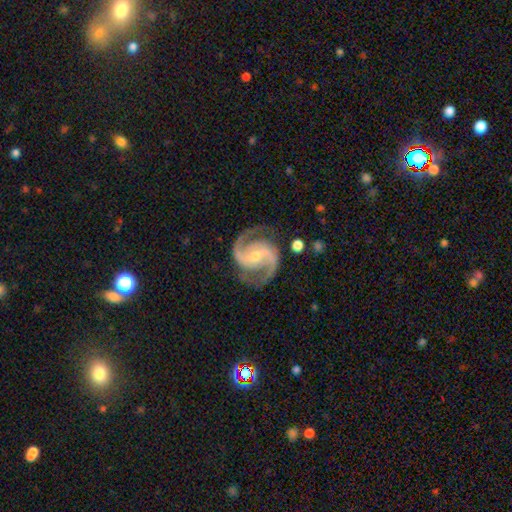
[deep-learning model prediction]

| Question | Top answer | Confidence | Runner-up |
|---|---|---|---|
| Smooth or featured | featured or disk | 93% | star or artifact (4%) |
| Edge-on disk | no | 98% | yes (2%) |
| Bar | weak | 39% | no (33%) |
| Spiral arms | yes | 99% | no (1%) |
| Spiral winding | medium | 64% | tight (24%) |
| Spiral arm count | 2 | 93% | 3 (2%) |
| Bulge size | small | 50% | moderate (46%) |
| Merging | none | 82% | minor disturbance (12%) |